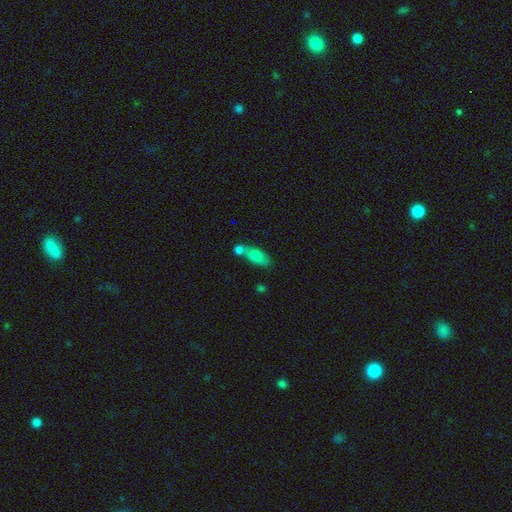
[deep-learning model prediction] A smooth galaxy with no disk features (76%) that is in between round and cigar-shaped (78%).

Vote fractions:
- Smooth or featured? smooth: 76% / featured or disk: 17% / star or artifact: 8%
- How rounded? in between: 78% / cigar-shaped: 15% / round: 7%
- Merging? merger: 48% / none: 36% / minor disturbance: 12% / major disturbance: 5%